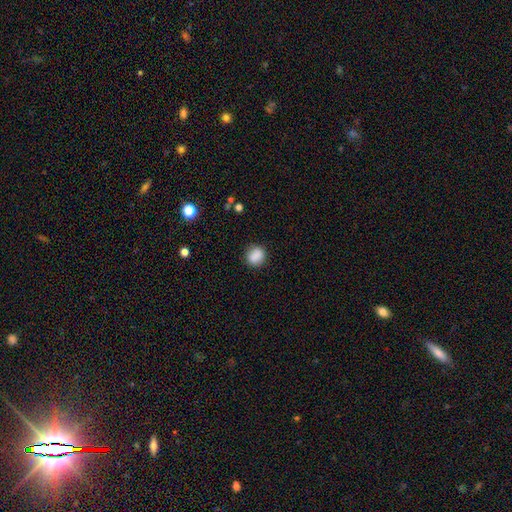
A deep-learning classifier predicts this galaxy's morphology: Smooth or featured? smooth (85%)
How rounded? round (72%)
Merging? none (82%)